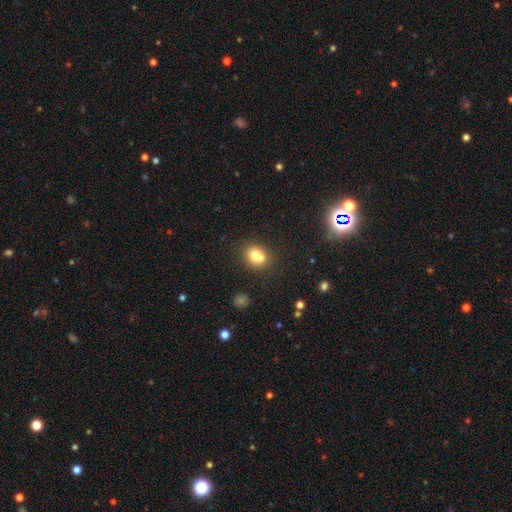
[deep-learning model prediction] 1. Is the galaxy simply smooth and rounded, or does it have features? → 76% smooth, 13% featured or disk, 11% star or artifact.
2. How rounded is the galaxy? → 54% round, 45% in between, 1% cigar-shaped.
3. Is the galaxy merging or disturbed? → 56% none, 26% merger, 14% minor disturbance, 4% major disturbance.